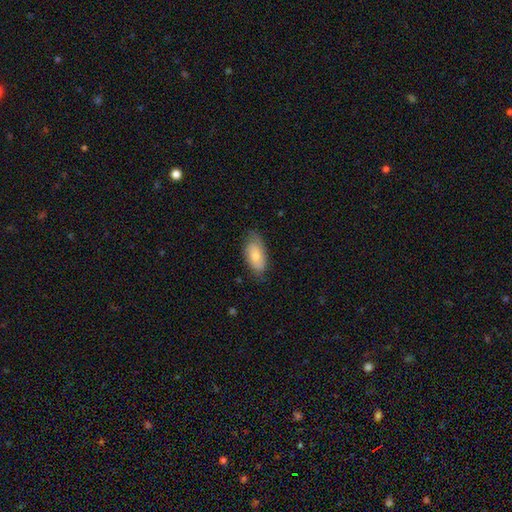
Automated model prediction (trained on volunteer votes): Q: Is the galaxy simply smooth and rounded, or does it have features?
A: smooth — 71%.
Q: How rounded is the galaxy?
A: in between — 92%.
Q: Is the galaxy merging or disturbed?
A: none — 70%.